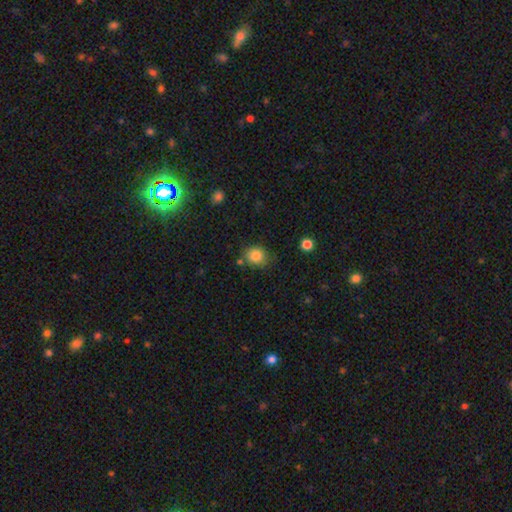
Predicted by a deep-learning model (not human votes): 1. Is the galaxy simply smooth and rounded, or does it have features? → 84% smooth, 10% star or artifact, 5% featured or disk.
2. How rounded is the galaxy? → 76% round, 23% in between, 1% cigar-shaped.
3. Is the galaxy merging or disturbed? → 76% none, 14% minor disturbance, 6% merger, 4% major disturbance.